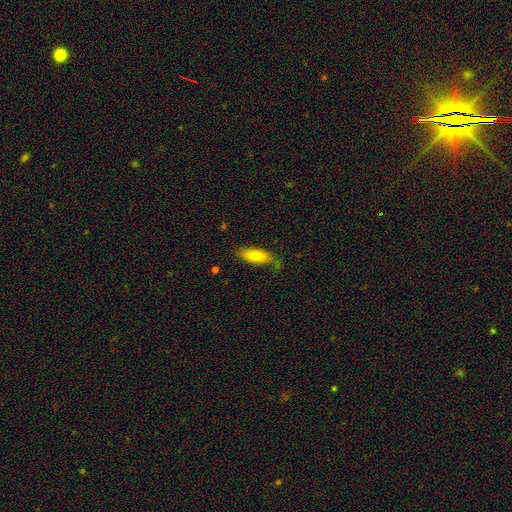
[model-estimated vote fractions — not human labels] A smooth galaxy with no disk features (77%) that is in between round and cigar-shaped (73%).

Vote fractions:
- Smooth or featured? smooth: 77% / featured or disk: 17% / star or artifact: 7%
- How rounded? in between: 73% / cigar-shaped: 25% / round: 2%
- Merging? none: 68% / minor disturbance: 24% / major disturbance: 5% / merger: 3%